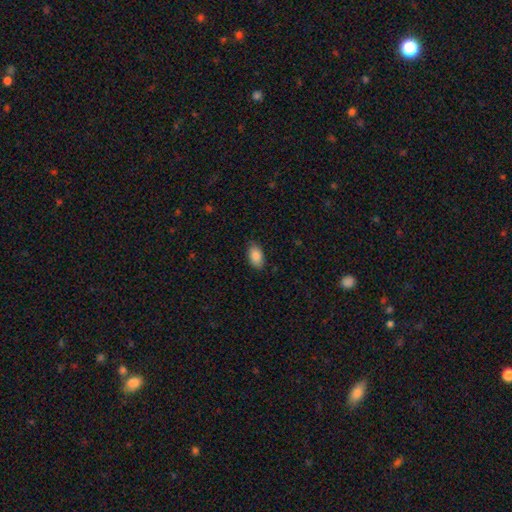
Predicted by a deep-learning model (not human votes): smooth 87%, star or artifact 7%, featured or disk 6%. Down the decision tree: how rounded — in between (93%); merging — none (83%).